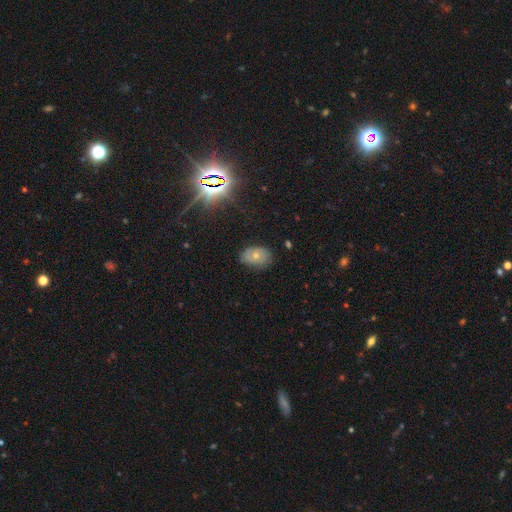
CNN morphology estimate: Q: Smooth or featured?
A: smooth (44%); runner-up: featured or disk (40%)
Q: Merging?
A: none (73%); runner-up: minor disturbance (20%)